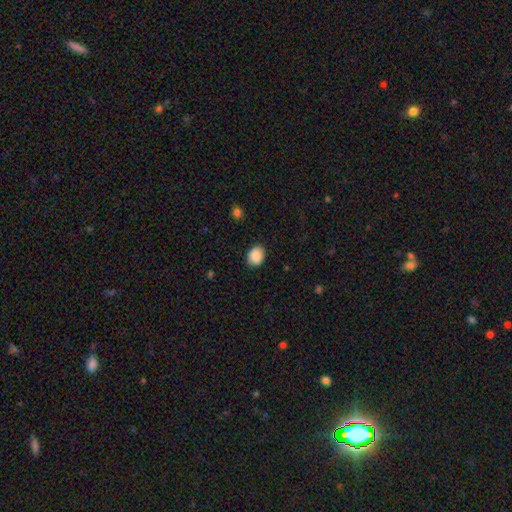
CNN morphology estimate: This is clearly a smooth galaxy (89%). How rounded: possibly in between (59%). Merging: clearly none (84%).